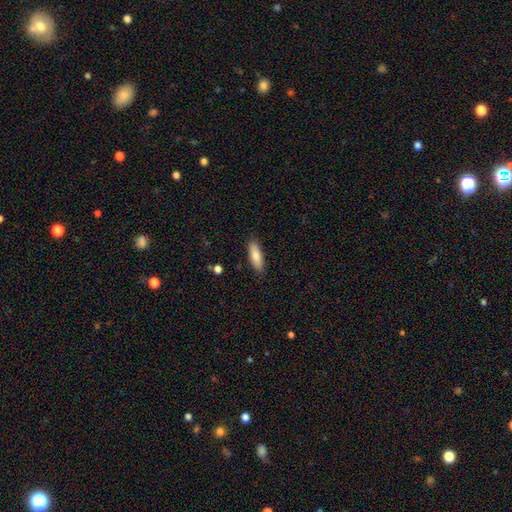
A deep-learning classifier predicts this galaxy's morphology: Overall: smooth (79%). How rounded: in between (53%; cigar-shaped 45%). Merging: none (88%).